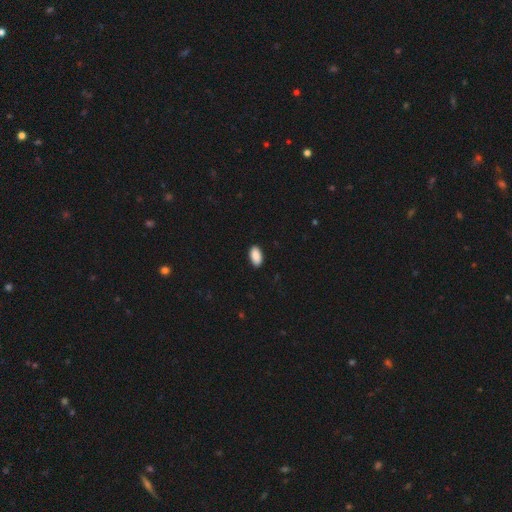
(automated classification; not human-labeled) A smooth galaxy with no disk features (91%) that is in between round and cigar-shaped (94%). Merging: none (90%).